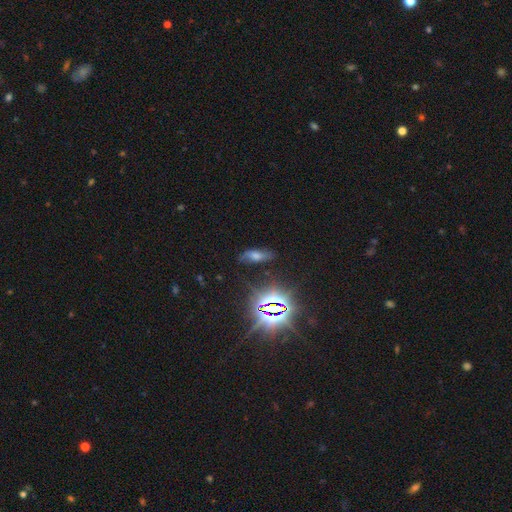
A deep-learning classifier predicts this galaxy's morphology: Smooth or featured: star or artifact — 39% (smooth — 34%)